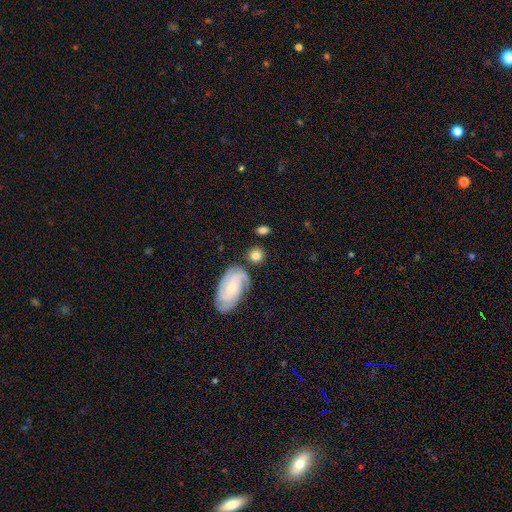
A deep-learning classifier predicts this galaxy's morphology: type=smooth (67%); roundness=round (76%); merging=none (75%).